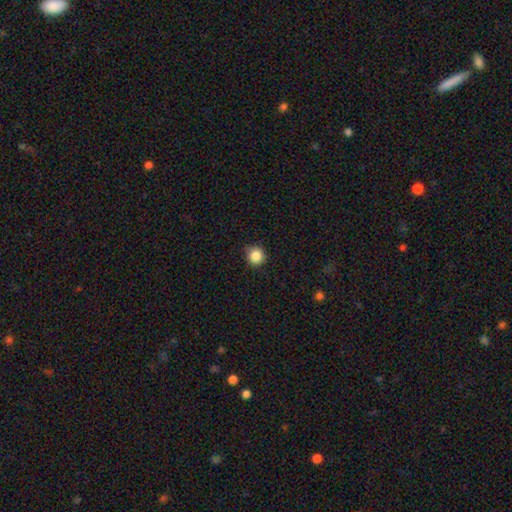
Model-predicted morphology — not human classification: smooth_or_featured: smooth (p=0.86) [alt: star or artifact p=0.10]
how_rounded: round (p=0.93) [alt: in between p=0.06]
merging: none (p=0.87) [alt: minor disturbance p=0.10]